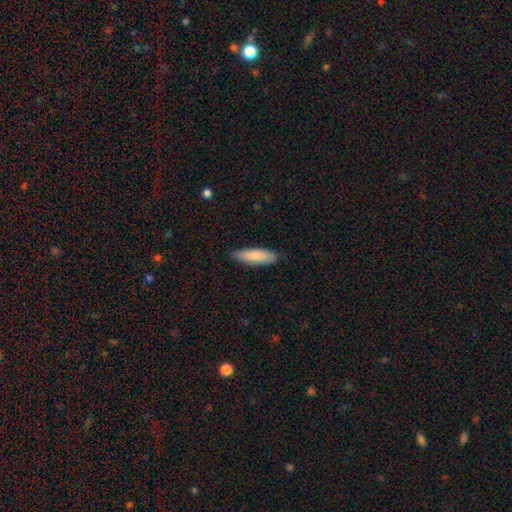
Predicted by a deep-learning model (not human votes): Q: Smooth or featured?
A: smooth (83%); runner-up: featured or disk (11%)
Q: How rounded?
A: cigar-shaped (54%); runner-up: in between (45%)
Q: Merging?
A: none (82%); runner-up: minor disturbance (15%)